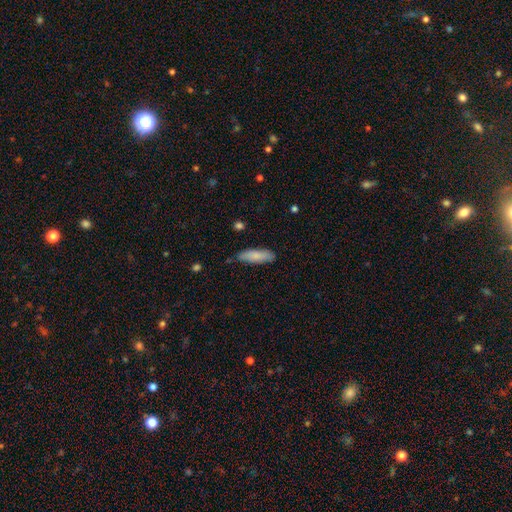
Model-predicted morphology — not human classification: This is clearly a smooth galaxy (82%). How rounded: possibly cigar-shaped (53%). Merging: clearly none (81%).